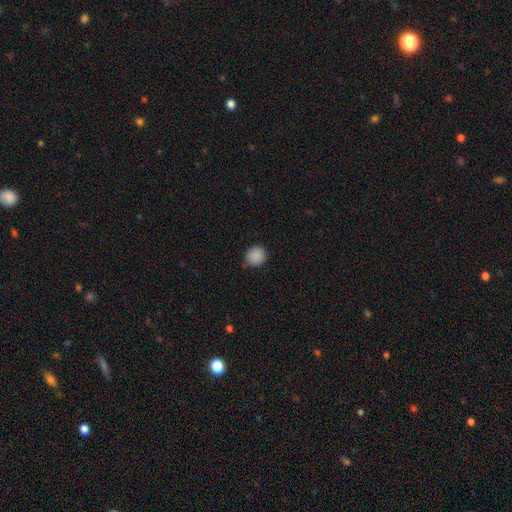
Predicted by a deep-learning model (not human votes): The model was most divided on "how rounded": round: 84%, in between: 16%, cigar-shaped: 1%. More confident: smooth or featured — smooth (89%); merging — none (86%).